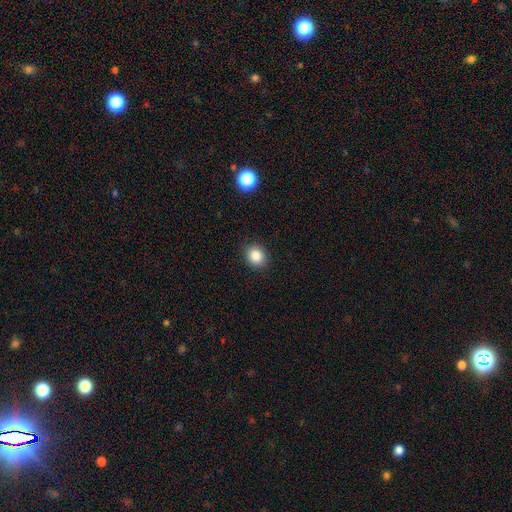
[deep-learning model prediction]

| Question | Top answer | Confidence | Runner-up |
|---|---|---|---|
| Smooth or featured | smooth | 85% | star or artifact (10%) |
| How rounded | round | 62% | in between (37%) |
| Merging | none | 89% | minor disturbance (8%) |